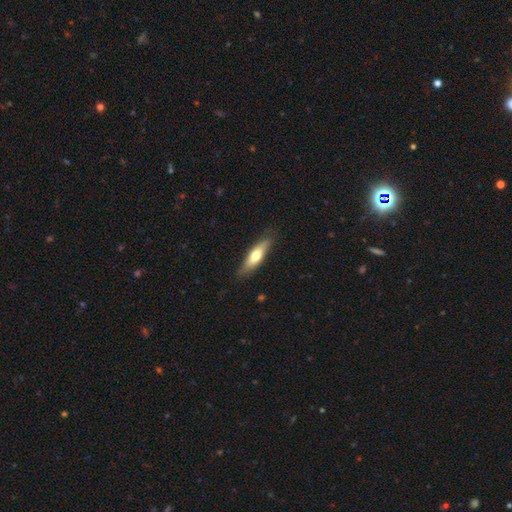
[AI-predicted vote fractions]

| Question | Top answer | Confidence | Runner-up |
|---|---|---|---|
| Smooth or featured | smooth | 63% | featured or disk (32%) |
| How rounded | cigar-shaped | 60% | in between (38%) |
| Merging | none | 82% | minor disturbance (15%) |